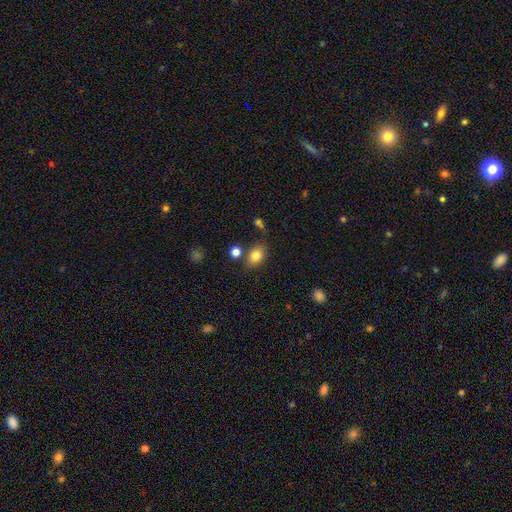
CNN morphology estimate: type=smooth (81%); roundness=in between (77%); merging=none (73%).